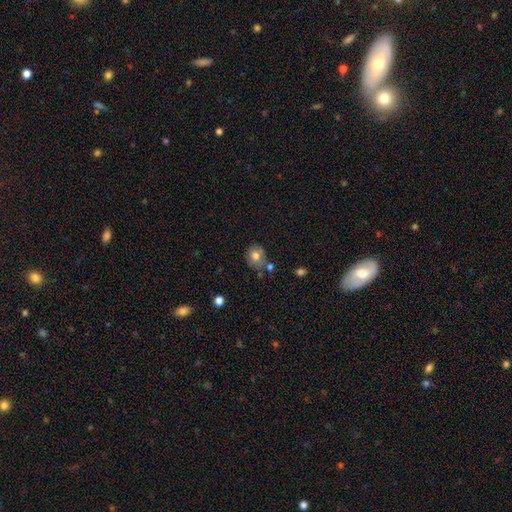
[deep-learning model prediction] A smooth galaxy with no disk features (73%) that is round (69%). Merging: none (63%).